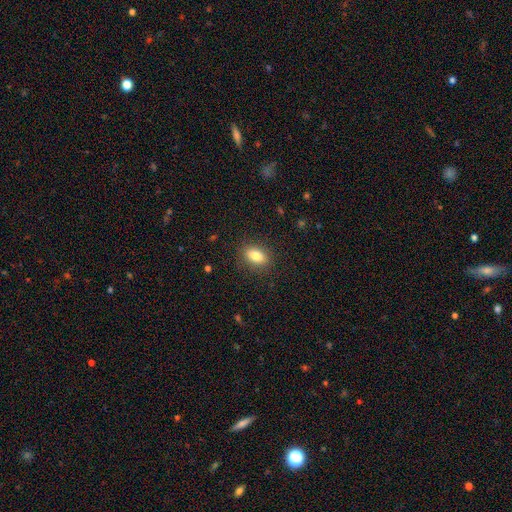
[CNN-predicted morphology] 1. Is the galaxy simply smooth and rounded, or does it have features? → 84% smooth, 9% star or artifact, 8% featured or disk.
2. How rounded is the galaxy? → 85% in between, 12% round, 3% cigar-shaped.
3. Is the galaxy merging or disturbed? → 87% none, 9% minor disturbance, 3% major disturbance, 1% merger.